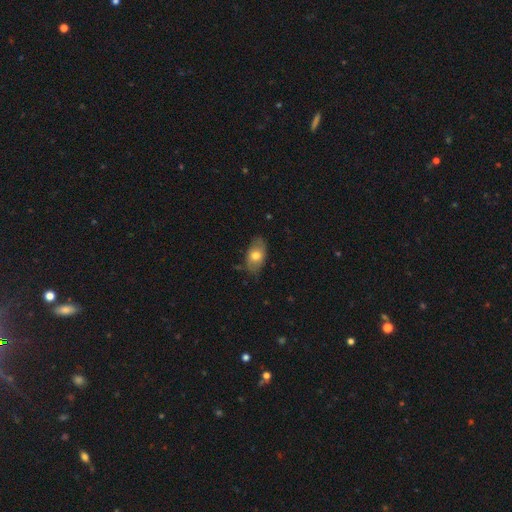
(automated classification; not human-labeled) Smooth or featured: smooth — 69% (featured or disk — 24%)
How rounded: in between — 90% (round — 8%)
Merging: none — 74% (minor disturbance — 21%)